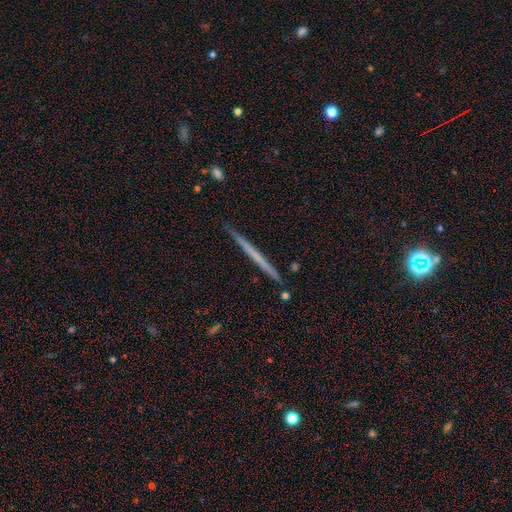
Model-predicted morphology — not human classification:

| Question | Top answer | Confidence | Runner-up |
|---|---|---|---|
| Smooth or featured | featured or disk | 54% | smooth (40%) |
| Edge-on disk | yes | 98% | no (2%) |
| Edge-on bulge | none | 91% | rounded (6%) |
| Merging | none | 90% | minor disturbance (7%) |